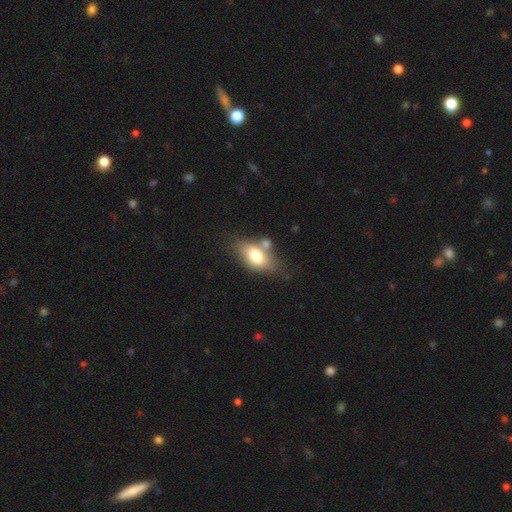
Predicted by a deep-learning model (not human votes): Smooth or featured? Predicted: smooth (p=0.69). How rounded? Predicted: in between (p=0.86). Merging? Predicted: none (p=0.52).